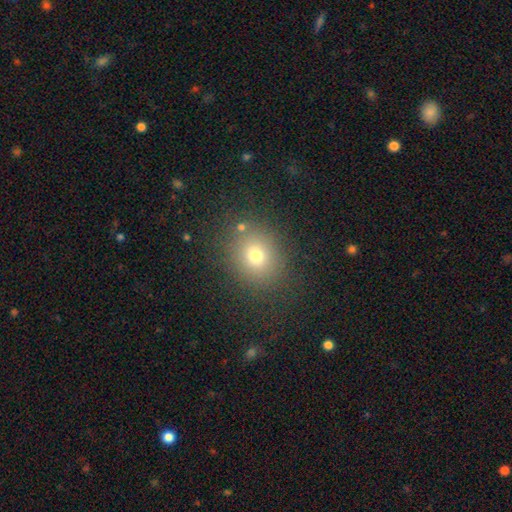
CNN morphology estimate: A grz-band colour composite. It shows a smooth galaxy with no disk features (72%) that is round (69%). Merging: none (82%).